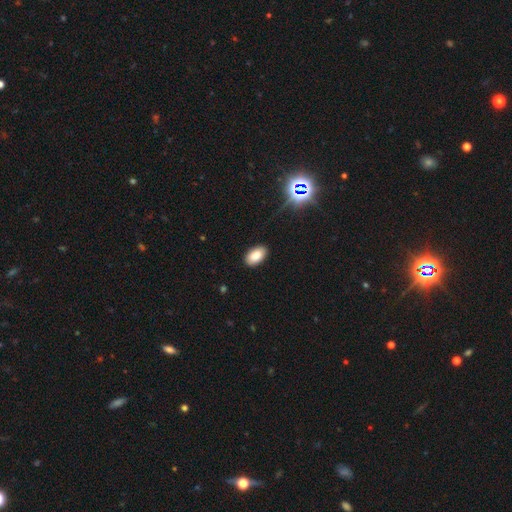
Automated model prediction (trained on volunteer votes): Morphology: type=smooth (86%); roundness=in between (94%); merging=none (88%).